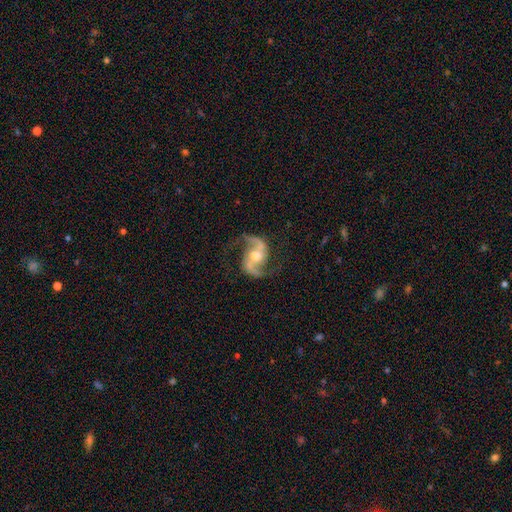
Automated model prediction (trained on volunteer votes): Morphology: type=featured or disk (92%); edge-on=no (98%); bar=no (40%); spiral arms=yes (98%); winding=medium (47%); arm count=2 (94%); bulge=moderate (69%); merging=none (79%).